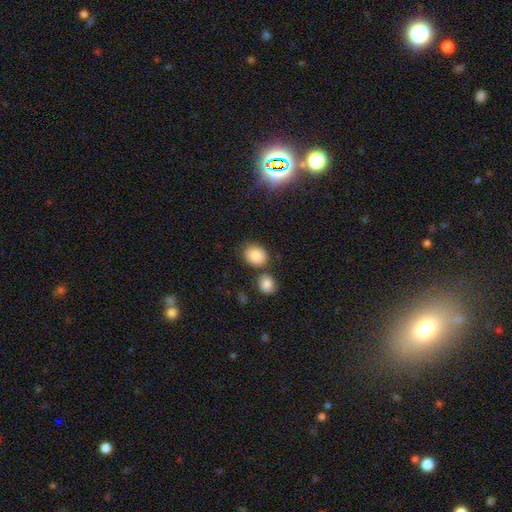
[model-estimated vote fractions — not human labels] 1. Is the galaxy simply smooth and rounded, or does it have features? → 84% smooth, 10% star or artifact, 6% featured or disk.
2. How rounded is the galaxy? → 52% round, 47% in between, 1% cigar-shaped.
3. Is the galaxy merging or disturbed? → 69% none, 14% minor disturbance, 13% merger, 4% major disturbance.